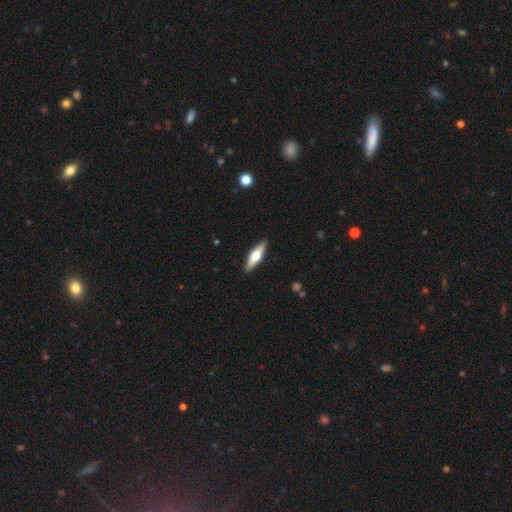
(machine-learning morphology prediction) featured or disk 53%, smooth 42%, star or artifact 5%. Down the decision tree: edge-on disk — yes (93%); merging — none (91%).